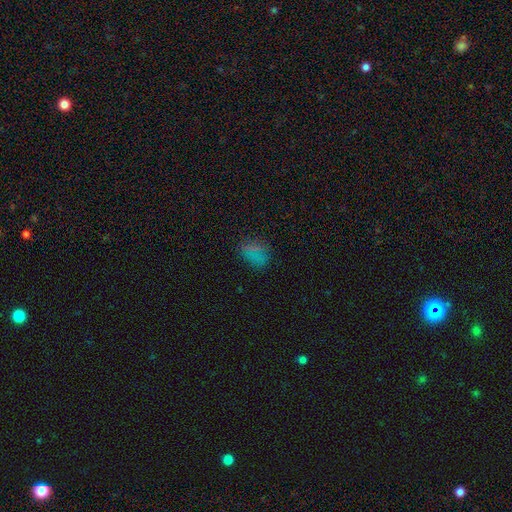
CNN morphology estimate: smooth_or_featured: smooth (p=0.59) [alt: star or artifact p=0.29]
how_rounded: in between (p=0.55) [alt: round p=0.40]
merging: none (p=0.75) [alt: minor disturbance p=0.16]